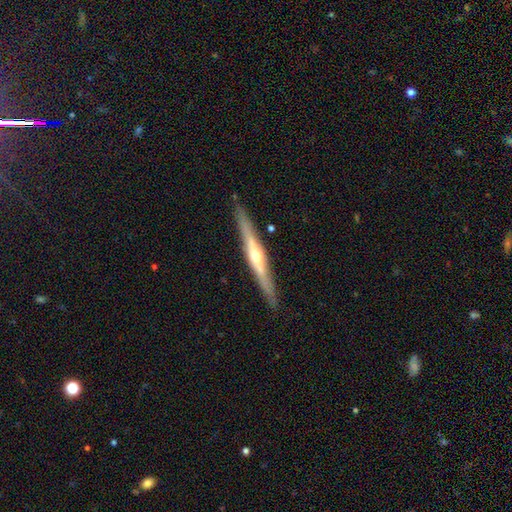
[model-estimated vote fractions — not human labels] Q: Smooth or featured?
A: featured or disk (75%); runner-up: smooth (20%)
Q: Edge-on disk?
A: yes (97%); runner-up: no (3%)
Q: Edge-on bulge?
A: rounded (86%); runner-up: none (10%)
Q: Merging?
A: none (90%); runner-up: minor disturbance (7%)